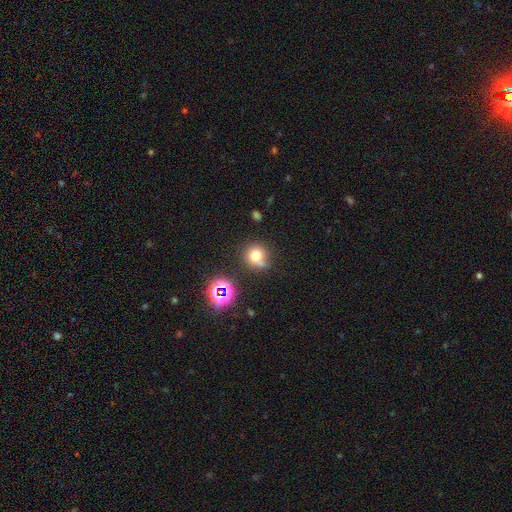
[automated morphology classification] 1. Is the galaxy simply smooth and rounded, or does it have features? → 72% smooth, 18% star or artifact, 10% featured or disk.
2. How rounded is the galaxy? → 86% round, 13% in between, 1% cigar-shaped.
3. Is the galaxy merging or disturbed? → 60% none, 19% minor disturbance, 13% merger, 7% major disturbance.